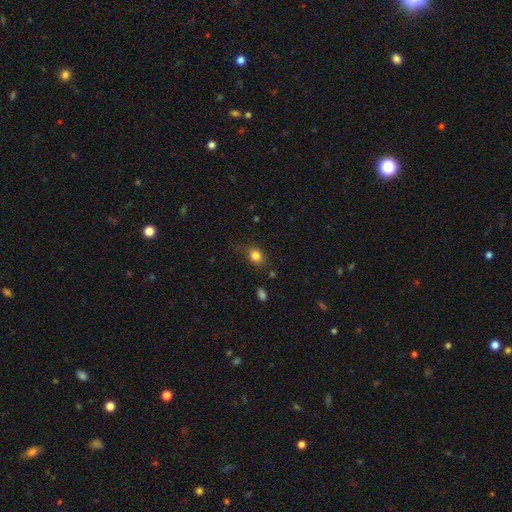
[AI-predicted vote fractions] smooth 82%, star or artifact 11%, featured or disk 7%. Down the decision tree: how rounded — in between (49%, tied with round); merging — none (69%).